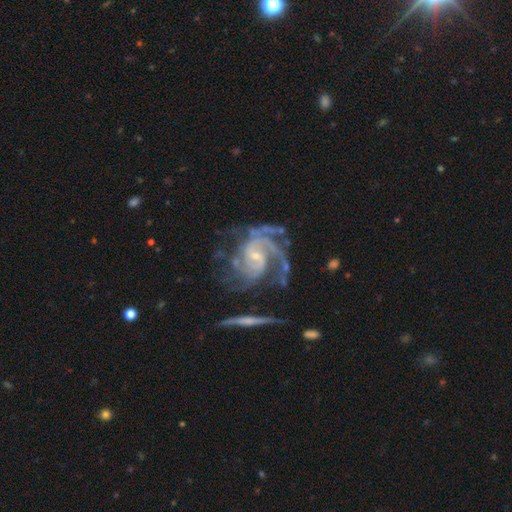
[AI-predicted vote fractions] Smooth or featured: featured or disk — 91% (star or artifact — 5%)
Edge-on disk: no — 98% (yes — 2%)
Bar: weak — 44% (no — 42%)
Spiral arms: yes — 98% (no — 2%)
Spiral winding: medium — 45% (tight — 44%)
Spiral arm count: 2 — 37% (3 — 26%)
Bulge size: small — 72% (moderate — 21%)
Merging: none — 49% (major disturbance — 24%)